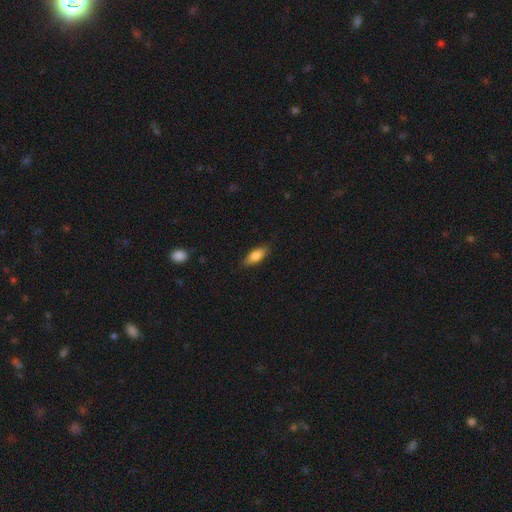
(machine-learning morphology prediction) smooth-or-featured: smooth: 81% | featured or disk: 12% | star or artifact: 7%
  how-rounded: in between: 75% | cigar-shaped: 23% | round: 2%
  merging: none: 85% | minor disturbance: 12% | major disturbance: 2% | merger: 1%